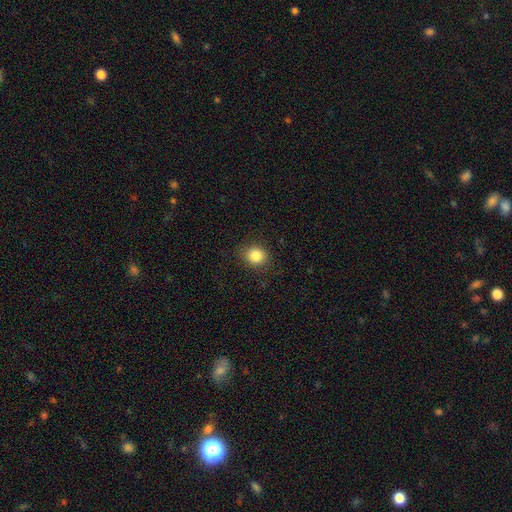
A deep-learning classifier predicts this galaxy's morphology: smooth_or_featured: smooth (p=0.84) [alt: star or artifact p=0.10]
how_rounded: round (p=0.74) [alt: in between p=0.25]
merging: none (p=0.88) [alt: minor disturbance p=0.09]